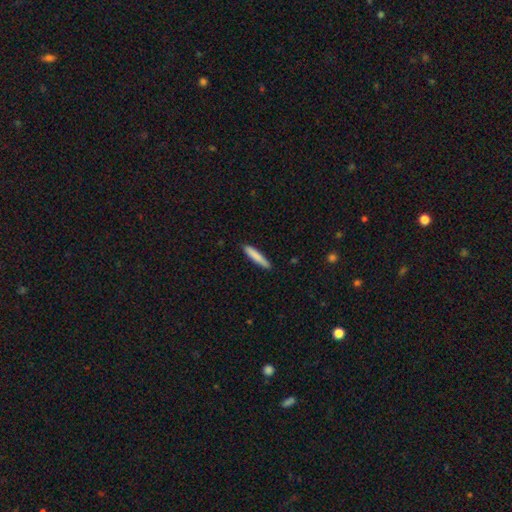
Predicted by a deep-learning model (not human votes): smooth 83%, featured or disk 12%, star or artifact 6%. Down the decision tree: how rounded — cigar-shaped (91%); merging — none (89%).